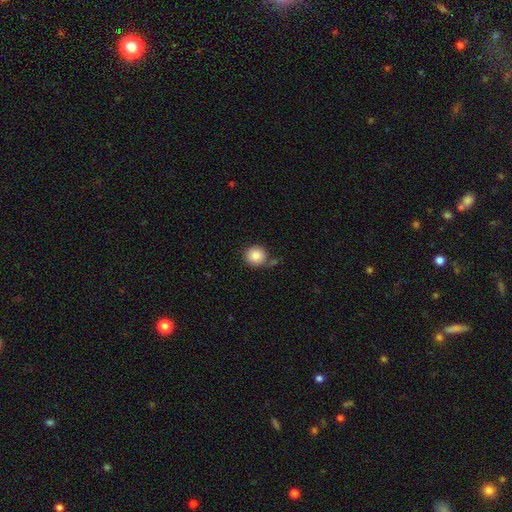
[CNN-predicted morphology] The model was most divided on "merging": none: 67%, minor disturbance: 17%, merger: 10%, major disturbance: 6%. More confident: how rounded — round (91%); smooth or featured — smooth (86%).